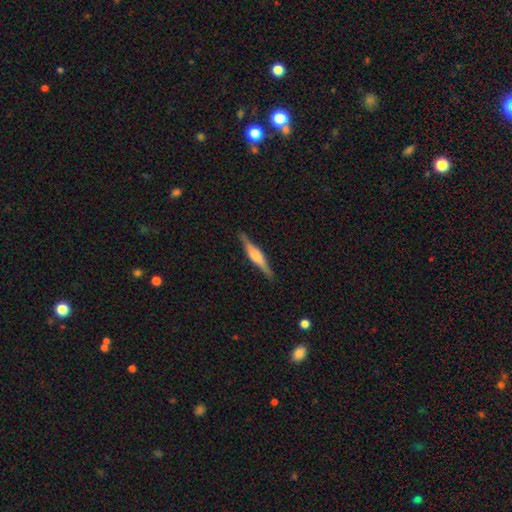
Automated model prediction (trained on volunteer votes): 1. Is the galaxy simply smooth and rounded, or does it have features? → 68% featured or disk, 26% smooth, 6% star or artifact.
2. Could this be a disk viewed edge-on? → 97% yes, 3% no.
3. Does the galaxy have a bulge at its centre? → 62% rounded, 32% boxy, 7% none.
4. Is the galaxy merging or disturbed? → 88% none, 9% minor disturbance, 2% major disturbance, 1% merger.